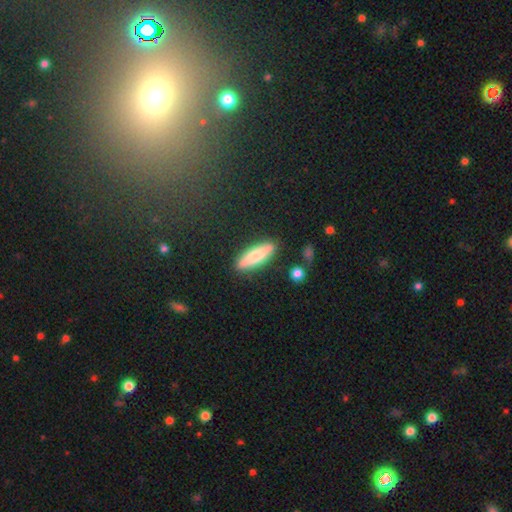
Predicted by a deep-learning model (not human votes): A smooth galaxy with no disk features (66%) that is cigar-shaped (68%). Merging: none (87%).